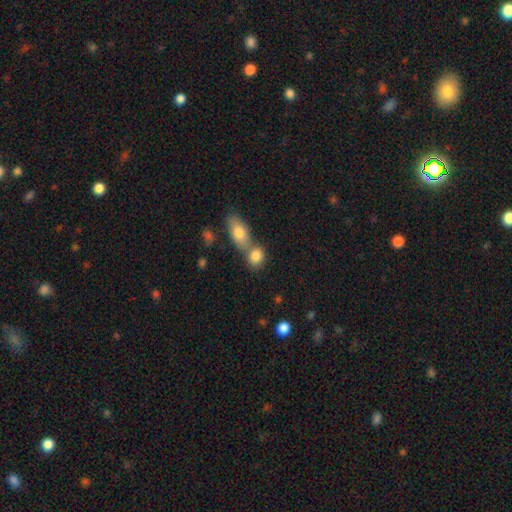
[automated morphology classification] Smooth or featured?
  - smooth: 82% *
  - featured or disk: 9%
  - star or artifact: 8%
How rounded?
  - in between: 59% *
  - round: 38%
  - cigar-shaped: 3%
Merging?
  - merger: 51% *
  - none: 38%
  - minor disturbance: 8%
  - major disturbance: 3%